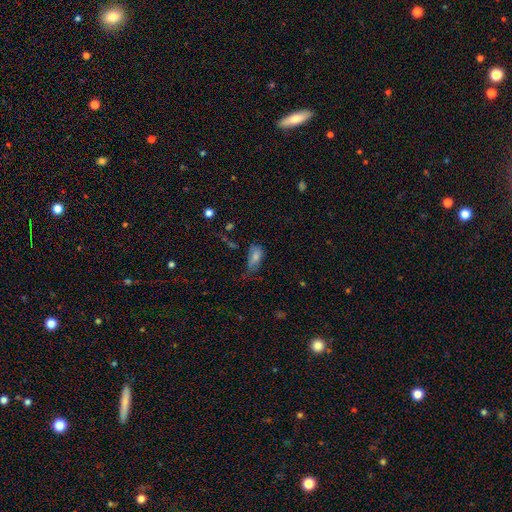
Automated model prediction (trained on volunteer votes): A smooth galaxy with no disk features (73%) that is in between round and cigar-shaped (88%).

Vote fractions:
- Smooth or featured? smooth: 73% / featured or disk: 17% / star or artifact: 11%
- How rounded? in between: 88% / cigar-shaped: 8% / round: 5%
- Merging? minor disturbance: 36% / none: 34% / major disturbance: 25% / merger: 4%